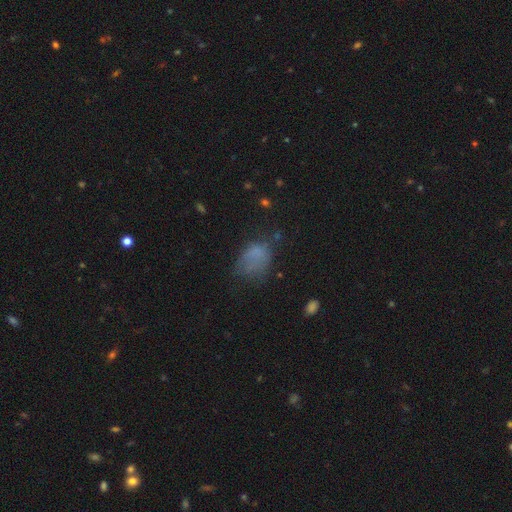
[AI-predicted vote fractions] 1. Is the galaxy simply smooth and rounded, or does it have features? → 68% smooth, 16% featured or disk, 16% star or artifact.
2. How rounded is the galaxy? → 75% in between, 23% round, 2% cigar-shaped.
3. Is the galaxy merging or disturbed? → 39% none, 30% minor disturbance, 28% major disturbance, 3% merger.